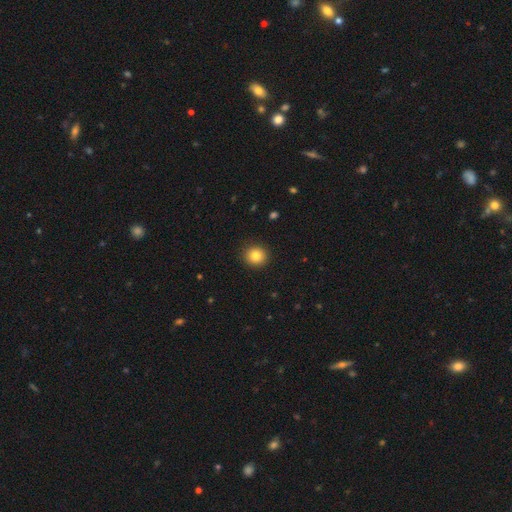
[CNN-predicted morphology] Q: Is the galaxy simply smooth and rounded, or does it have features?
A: smooth — 83%.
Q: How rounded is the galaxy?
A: round — 89%.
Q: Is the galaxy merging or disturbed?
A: none — 91%.